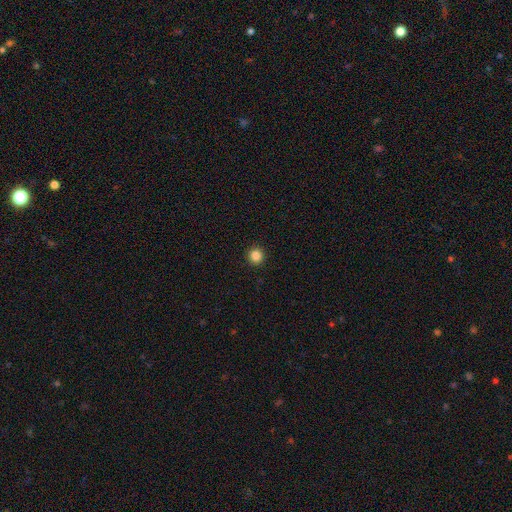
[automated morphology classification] smooth 85%, star or artifact 11%, featured or disk 4%. Down the decision tree: how rounded — round (95%); merging — none (94%).